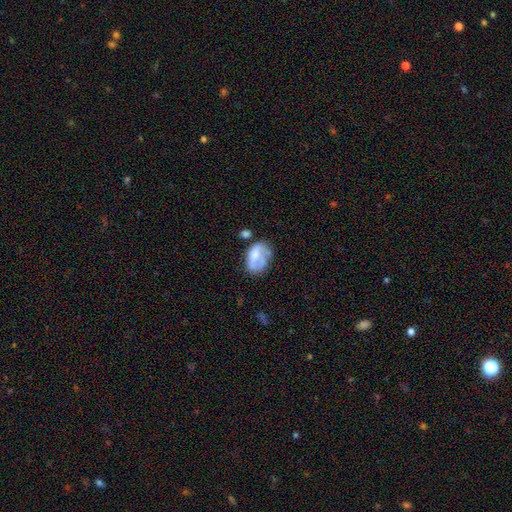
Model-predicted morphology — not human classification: A smooth galaxy with no disk features (55%) that is in between round and cigar-shaped (84%).

Vote fractions:
- Smooth or featured? smooth: 55% / featured or disk: 36% / star or artifact: 9%
- How rounded? in between: 84% / round: 14% / cigar-shaped: 2%
- Merging? none: 37% / minor disturbance: 29% / major disturbance: 22% / merger: 12%